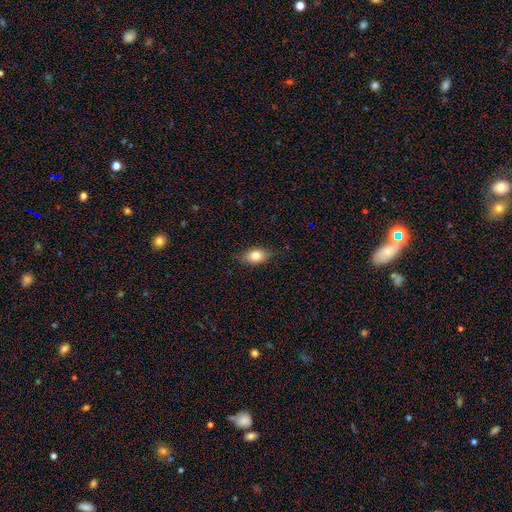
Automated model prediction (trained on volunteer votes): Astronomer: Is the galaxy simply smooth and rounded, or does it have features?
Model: smooth — 79%.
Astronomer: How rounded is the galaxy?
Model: in between — 84%.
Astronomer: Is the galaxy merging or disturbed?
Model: none — 79%.